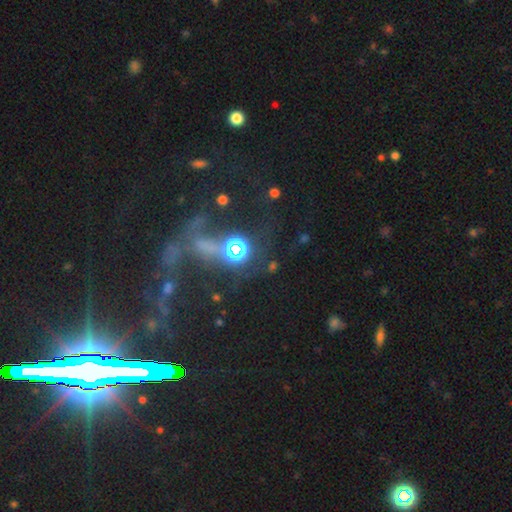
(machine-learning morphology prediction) type=star or artifact (47%).